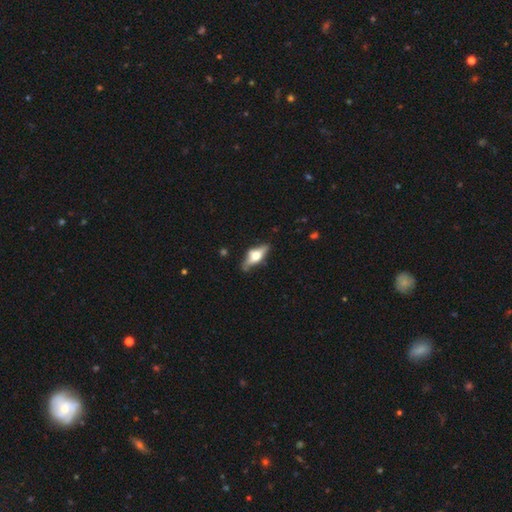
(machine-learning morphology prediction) A featured or disk galaxy (59%) viewed edge-on (91%) with a rounded central bulge (92%). Merging: none (75%).